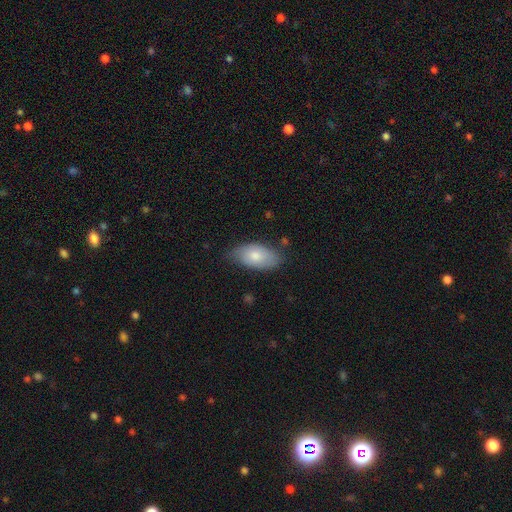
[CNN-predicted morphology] The model was most divided on "merging": none: 68%, minor disturbance: 26%, major disturbance: 4%, merger: 2%. More confident: how rounded — in between (94%); smooth or featured — smooth (73%).